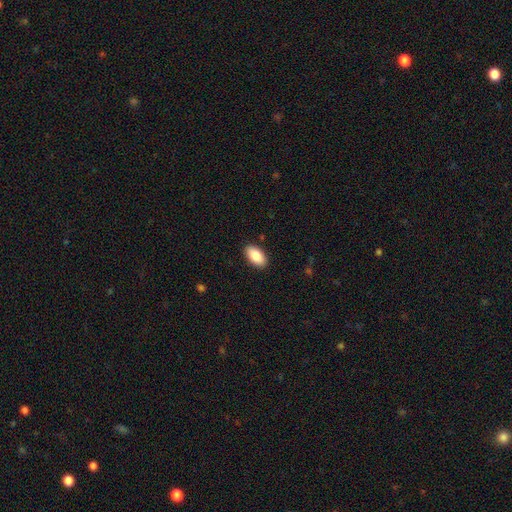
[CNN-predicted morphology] smooth 88%, star or artifact 6%, featured or disk 6%. Down the decision tree: how rounded — in between (95%); merging — none (90%).